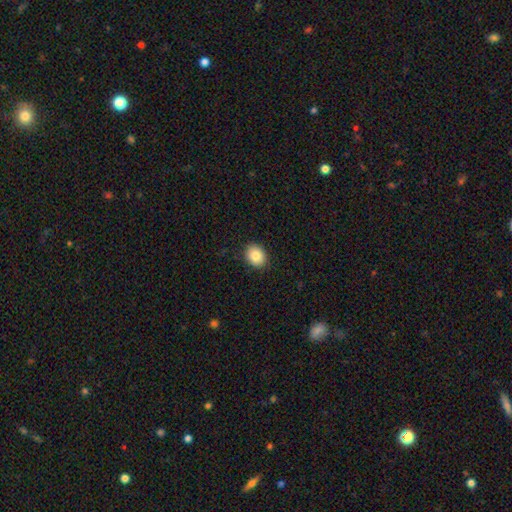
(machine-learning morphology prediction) smooth_or_featured: smooth (p=0.85) [alt: star or artifact p=0.09]
how_rounded: round (p=0.64) [alt: in between p=0.36]
merging: none (p=0.90) [alt: minor disturbance p=0.07]